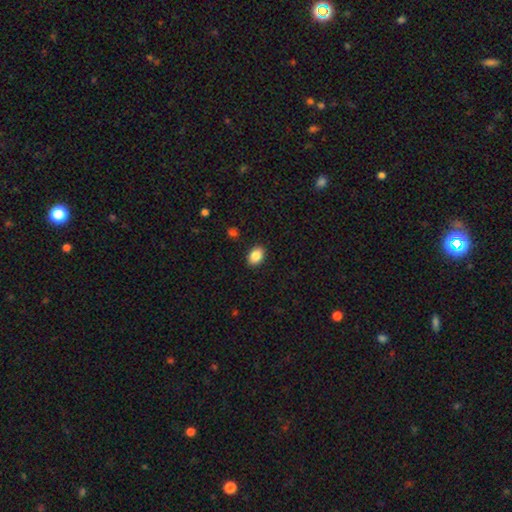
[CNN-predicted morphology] Q: Smooth or featured?
A: smooth (87%); runner-up: star or artifact (8%)
Q: How rounded?
A: in between (79%); runner-up: round (20%)
Q: Merging?
A: none (90%); runner-up: minor disturbance (7%)